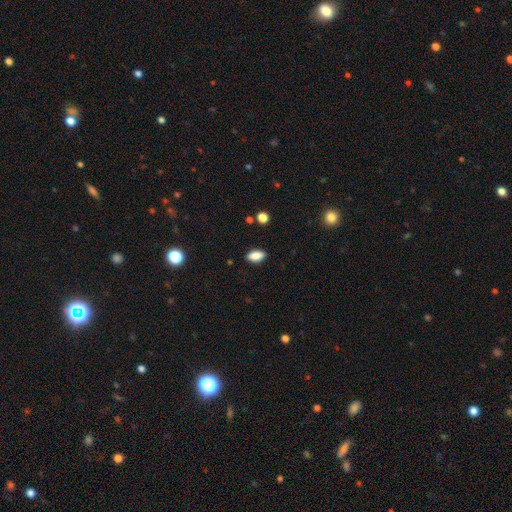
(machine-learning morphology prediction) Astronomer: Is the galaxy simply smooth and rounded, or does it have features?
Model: smooth — 86%.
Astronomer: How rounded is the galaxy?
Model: in between — 89%.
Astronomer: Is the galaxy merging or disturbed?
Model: none — 88%.